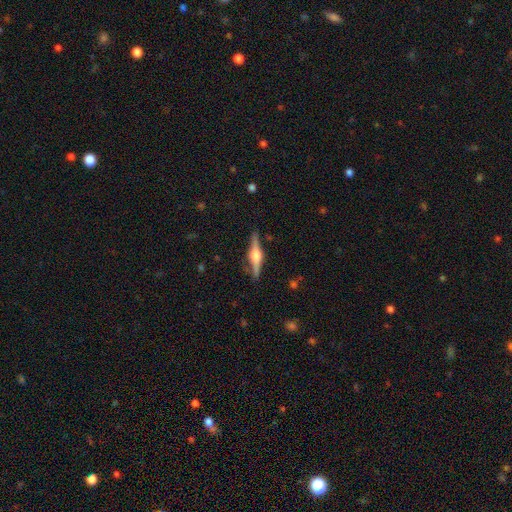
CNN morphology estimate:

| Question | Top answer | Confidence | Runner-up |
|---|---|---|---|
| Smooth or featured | featured or disk | 79% | smooth (16%) |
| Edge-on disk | yes | 98% | no (2%) |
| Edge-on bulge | rounded | 91% | boxy (7%) |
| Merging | none | 88% | minor disturbance (9%) |